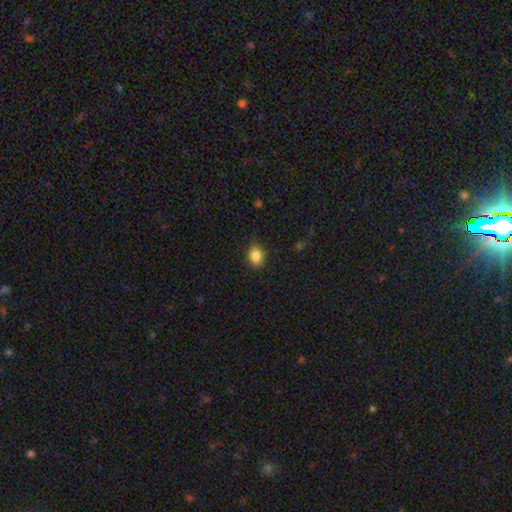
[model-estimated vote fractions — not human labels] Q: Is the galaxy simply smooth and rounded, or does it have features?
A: smooth — 86%.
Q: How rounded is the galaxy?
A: in between — 56%.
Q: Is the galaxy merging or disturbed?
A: none — 82%.